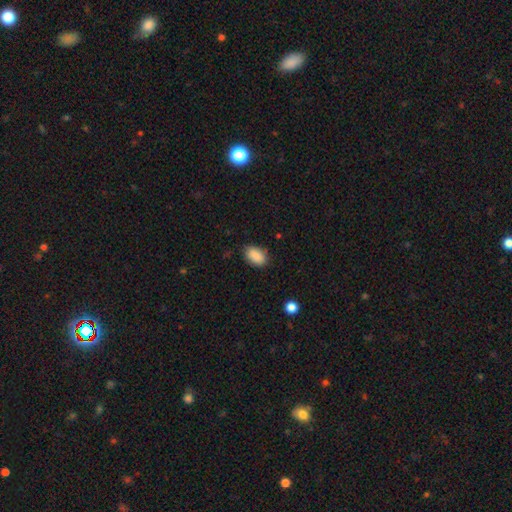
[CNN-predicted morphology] smooth 88%, star or artifact 7%, featured or disk 4%. Down the decision tree: how rounded — in between (90%); merging — none (81%).